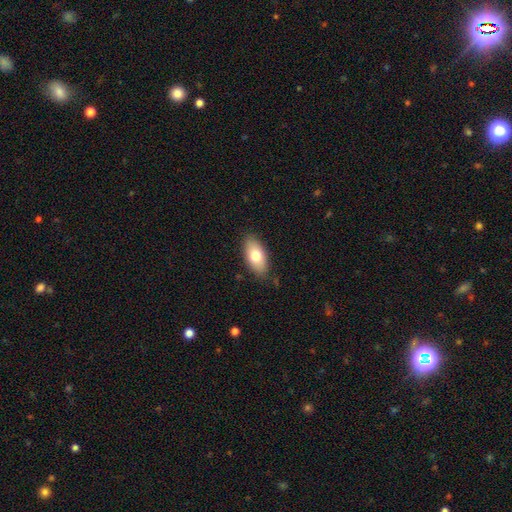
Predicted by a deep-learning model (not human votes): This appears to be a smooth galaxy with no disk features (75%) that is in between round and cigar-shaped (91%). Merging: none (84%).